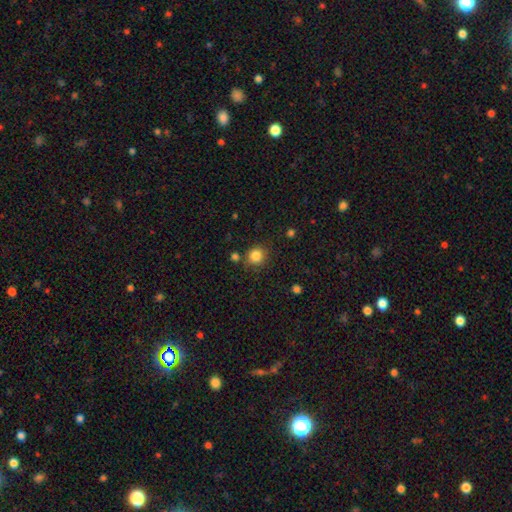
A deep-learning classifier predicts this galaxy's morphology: smooth-or-featured: smooth: 84% | star or artifact: 11% | featured or disk: 5%
  how-rounded: round: 89% | in between: 10% | cigar-shaped: 1%
  merging: none: 80% | minor disturbance: 10% | merger: 6% | major disturbance: 3%